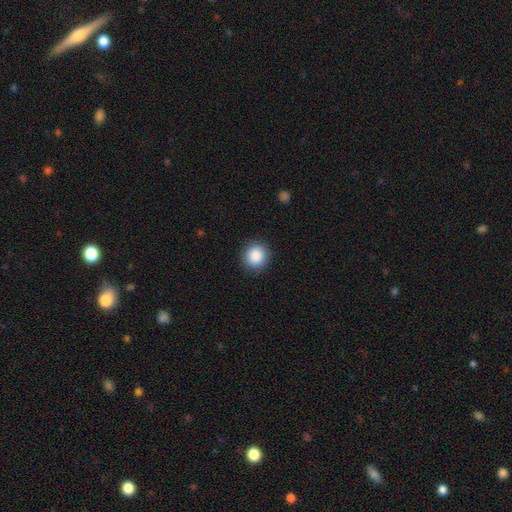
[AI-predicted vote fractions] Q: Smooth or featured?
A: smooth (88%); runner-up: star or artifact (9%)
Q: How rounded?
A: round (90%); runner-up: in between (9%)
Q: Merging?
A: none (90%); runner-up: minor disturbance (7%)